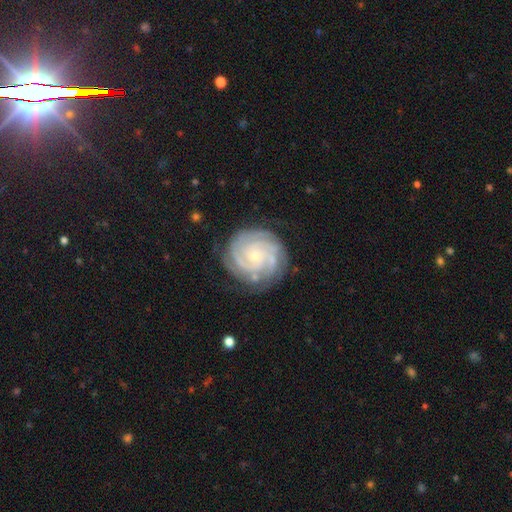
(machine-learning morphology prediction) This appears to be a featured or disk galaxy (89%) with no bar (75%), 3 (32%) tight (81%) spiral arms (98%) and a small central bulge (77%). Merging: none (80%).